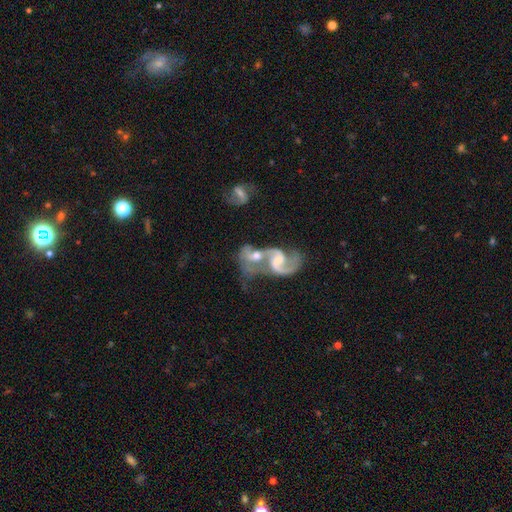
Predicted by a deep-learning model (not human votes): Smooth or featured? featured or disk (81%)
Edge-on disk? no (97%)
Bar? weak (44%)
Spiral arms? yes (90%)
Spiral winding? loose (55%)
Spiral arm count? 2 (82%)
Bulge size? moderate (38%)
Merging? merger (72%)